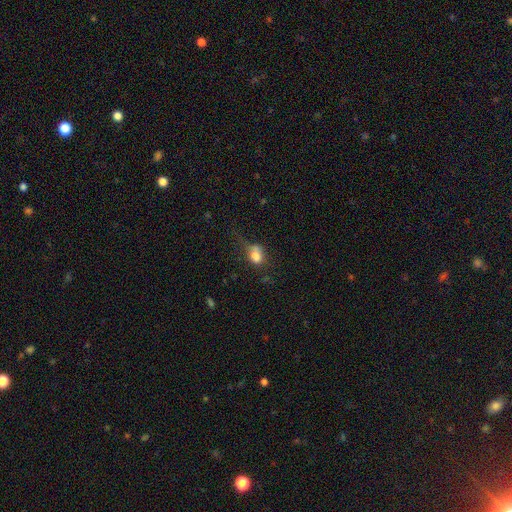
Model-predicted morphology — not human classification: The model was most divided on "merging": none: 30%, minor disturbance: 29%, major disturbance: 29%, merger: 12%. More confident: smooth or featured — smooth (74%); how rounded — in between (63%).